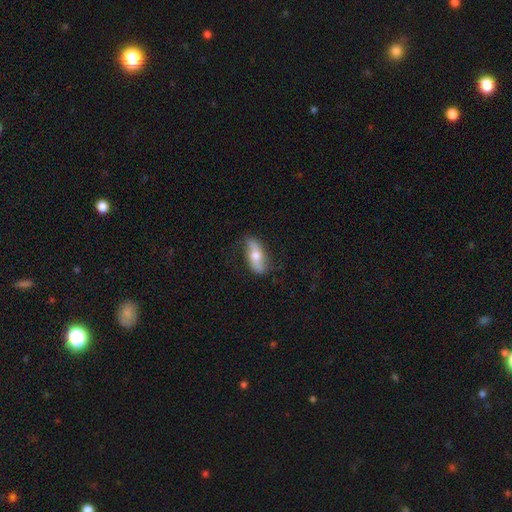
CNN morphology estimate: Smooth or featured? featured or disk (47%)
Merging? none (75%)